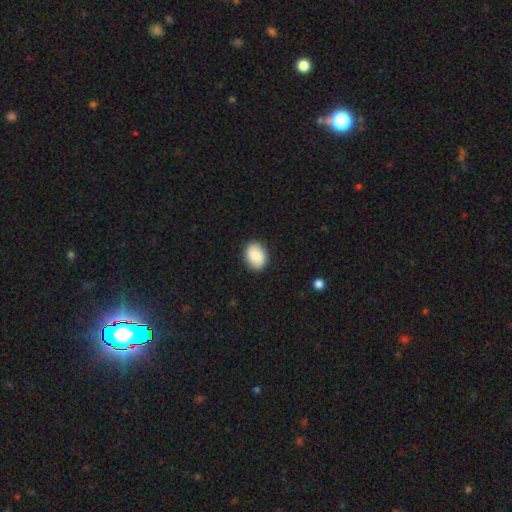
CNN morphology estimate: smooth 83%, featured or disk 11%, star or artifact 7%. Down the decision tree: how rounded — in between (64%); merging — none (88%).